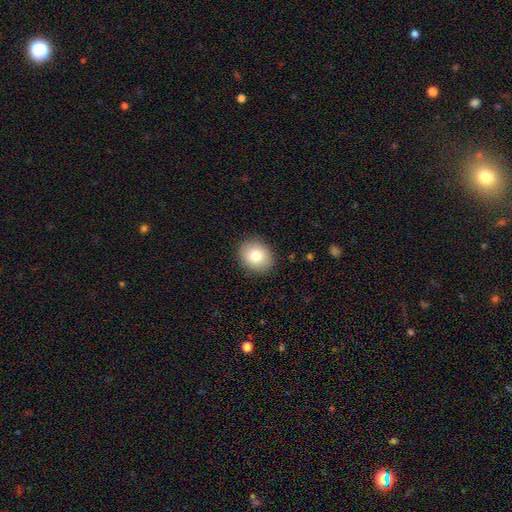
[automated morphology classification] smooth-or-featured: smooth: 82% | featured or disk: 10% | star or artifact: 8%
  how-rounded: round: 68% | in between: 31% | cigar-shaped: 1%
  merging: none: 89% | minor disturbance: 8% | major disturbance: 2% | merger: 1%